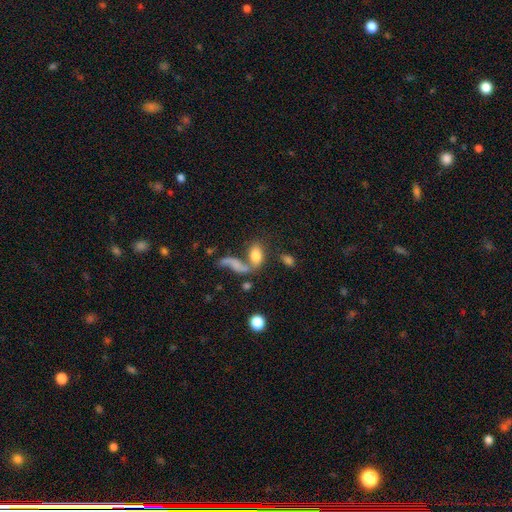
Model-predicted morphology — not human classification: This appears to be a smooth galaxy with no disk features (72%) that is in between round and cigar-shaped (86%). Merging: merger (43%).